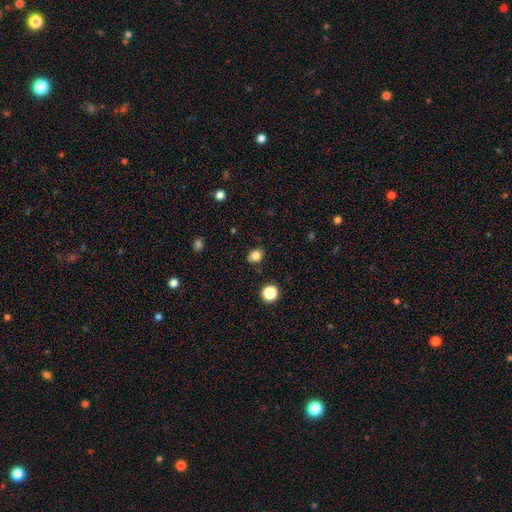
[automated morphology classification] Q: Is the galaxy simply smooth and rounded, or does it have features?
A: smooth — 82%.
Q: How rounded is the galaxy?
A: round — 65%.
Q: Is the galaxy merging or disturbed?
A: none — 84%.